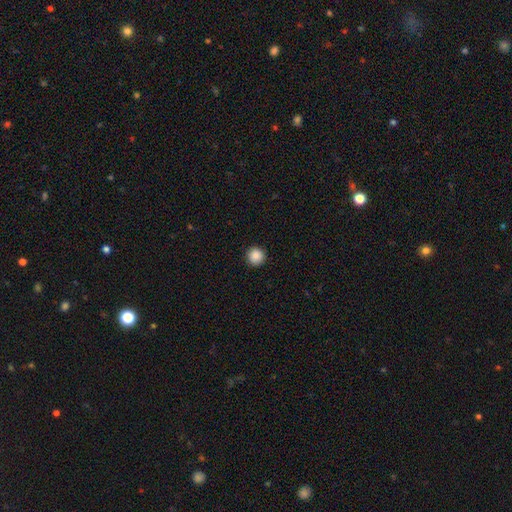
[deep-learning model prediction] smooth-or-featured: smooth: 89% | star or artifact: 9% | featured or disk: 3%
  how-rounded: round: 96% | in between: 3% | cigar-shaped: 1%
  merging: none: 93% | minor disturbance: 4% | major disturbance: 2% | merger: 1%